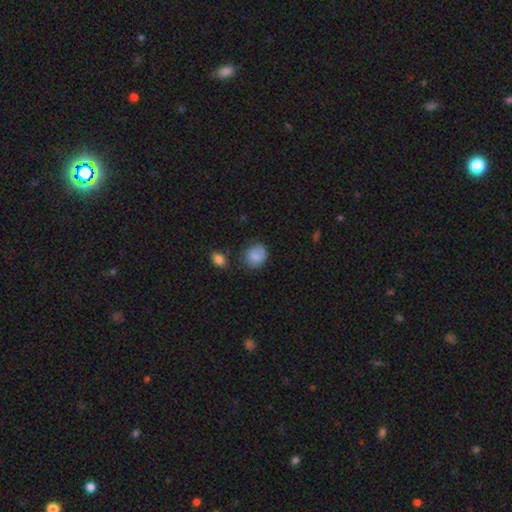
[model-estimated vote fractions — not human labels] Morphology: type=smooth (81%); roundness=round (69%); merging=none (66%).